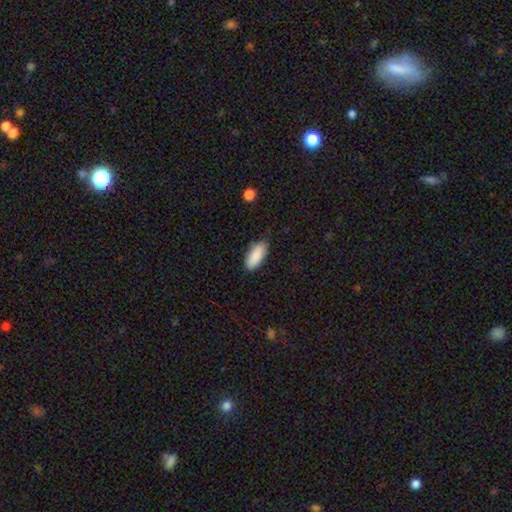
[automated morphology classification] smooth-or-featured: smooth: 89% | star or artifact: 6% | featured or disk: 5%
  how-rounded: in between: 83% | cigar-shaped: 15% | round: 2%
  merging: none: 82% | minor disturbance: 14% | major disturbance: 3% | merger: 1%